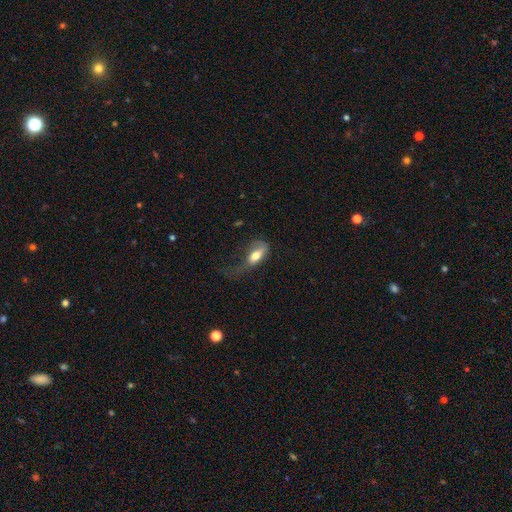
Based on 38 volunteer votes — Volunteers were most divided on "smooth or featured": smooth: 66%, featured or disk: 29%, star or artifact: 5%. More confident: how rounded — in between (76%); merging — major disturbance (75%).